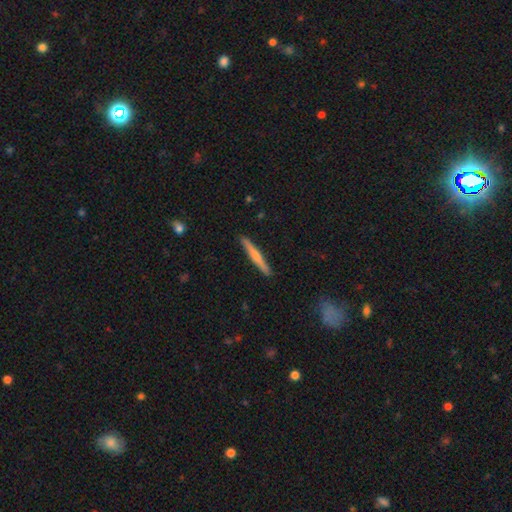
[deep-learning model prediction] Q: Smooth or featured?
A: featured or disk (48%); runner-up: smooth (46%)
Q: Merging?
A: none (90%); runner-up: minor disturbance (7%)